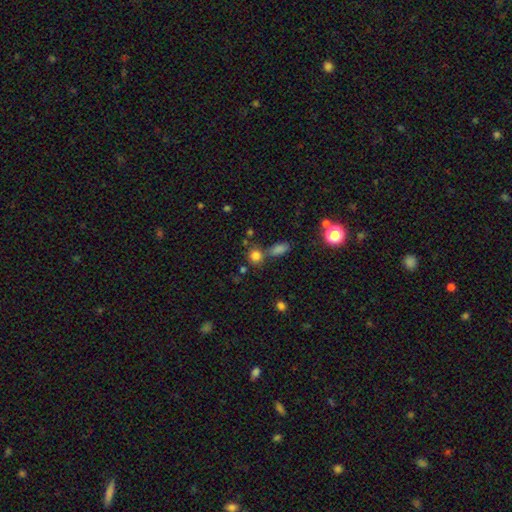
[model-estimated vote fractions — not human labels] The model was most divided on "merging": none: 61%, merger: 25%, minor disturbance: 10%, major disturbance: 4%. More confident: how rounded — round (79%); smooth or featured — smooth (79%).